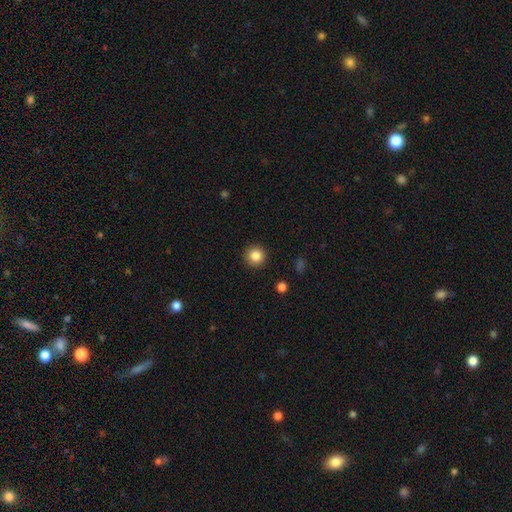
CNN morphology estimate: Smooth or featured?
  - smooth: 85% *
  - star or artifact: 10%
  - featured or disk: 5%
How rounded?
  - round: 95% *
  - in between: 4%
  - cigar-shaped: 1%
Merging?
  - none: 92% *
  - minor disturbance: 5%
  - major disturbance: 2%
  - merger: 1%